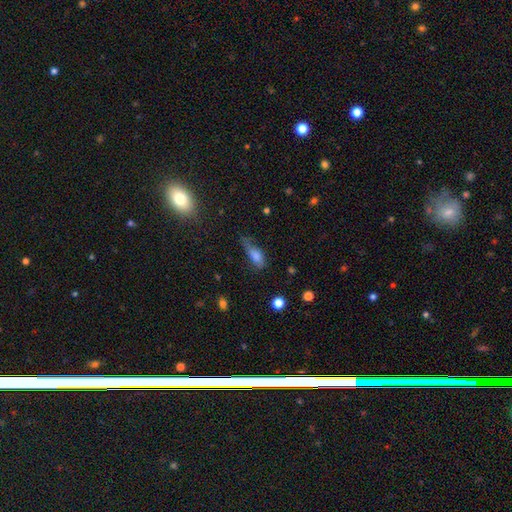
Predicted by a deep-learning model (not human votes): This appears to be a smooth galaxy with no disk features (75%) that is in between round and cigar-shaped (69%). Merging: minor disturbance (38%).